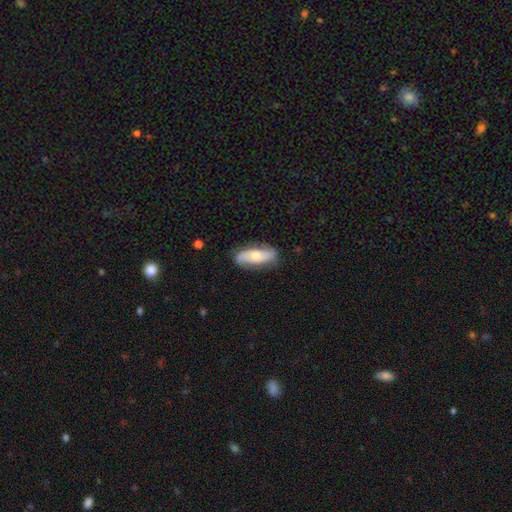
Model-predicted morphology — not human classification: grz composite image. It shows a smooth galaxy with no disk features (47%, tied with featured or disk). Merging: none (78%).